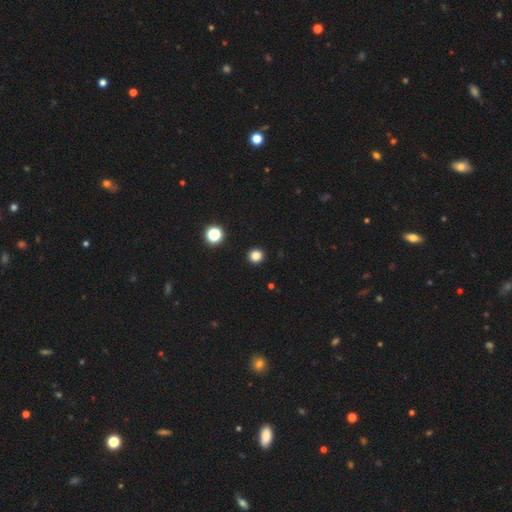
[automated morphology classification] A smooth galaxy with no disk features (83%) that is round (94%).

Vote fractions:
- Smooth or featured? smooth: 83% / star or artifact: 14% / featured or disk: 4%
- How rounded? round: 94% / in between: 5% / cigar-shaped: 1%
- Merging? none: 94% / minor disturbance: 4% / major disturbance: 1% / merger: 1%